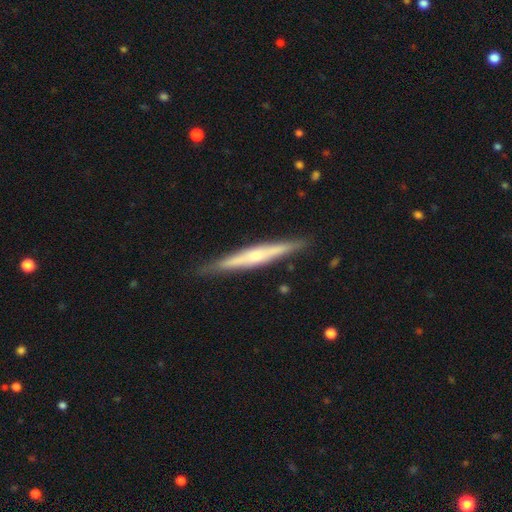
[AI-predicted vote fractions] A featured or disk galaxy (67%) viewed edge-on (96%) with a rounded central bulge (70%). Merging: none (88%).